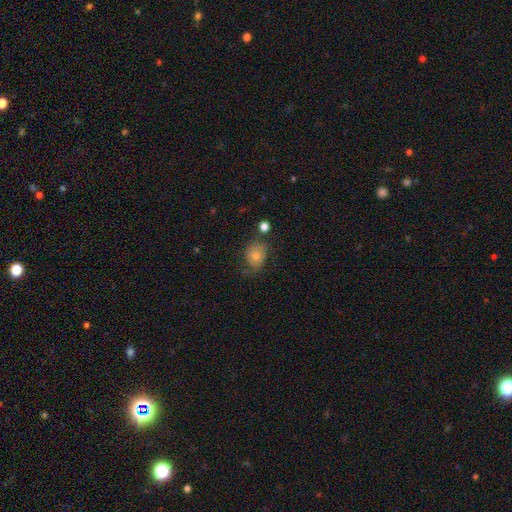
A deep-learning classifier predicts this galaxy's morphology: Smooth or featured? Predicted: smooth (p=0.55). How rounded? Predicted: round (p=0.54). Merging? Predicted: none (p=0.59).